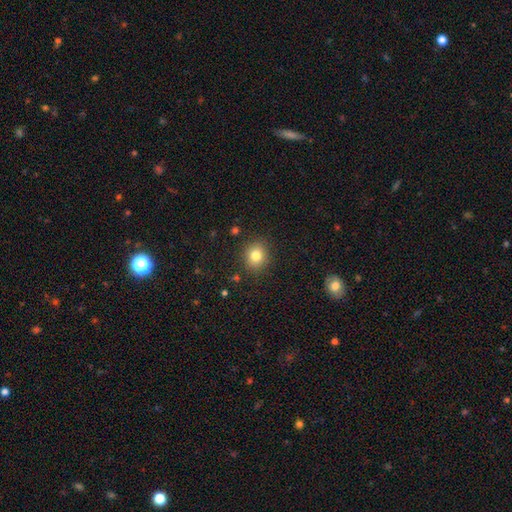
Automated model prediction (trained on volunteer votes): This appears to be a smooth galaxy with no disk features (80%) that is round (79%). Merging: none (88%).